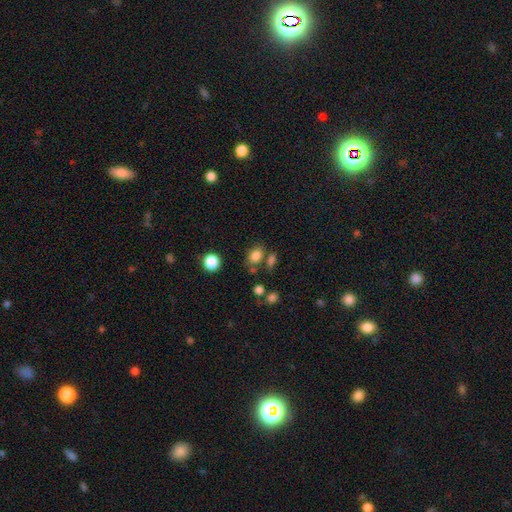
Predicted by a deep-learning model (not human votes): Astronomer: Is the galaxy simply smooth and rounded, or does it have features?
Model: smooth — 81%.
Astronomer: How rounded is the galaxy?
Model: in between — 67%.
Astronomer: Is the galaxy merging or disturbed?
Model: none — 67%.